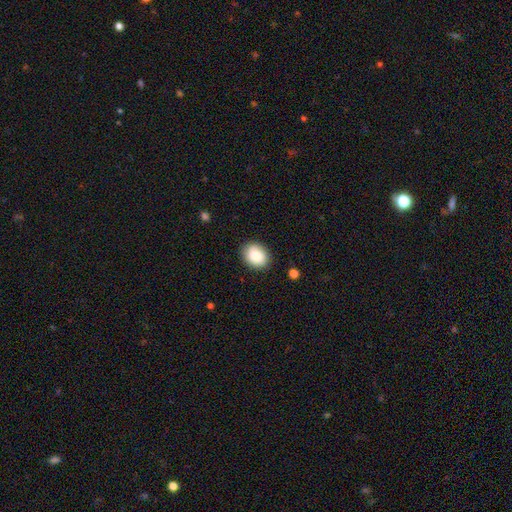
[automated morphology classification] This appears to be a smooth galaxy with no disk features (83%) that is round (50%). Merging: none (86%).